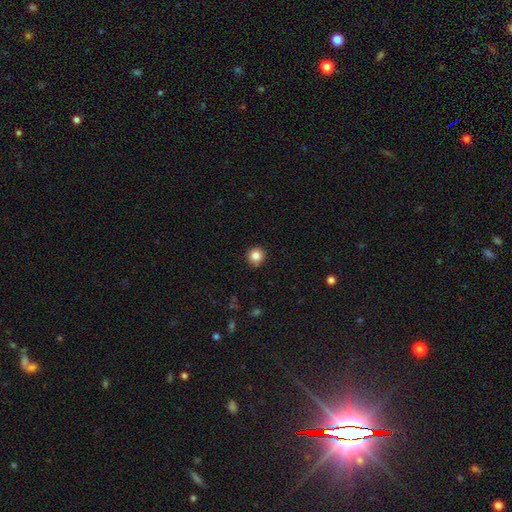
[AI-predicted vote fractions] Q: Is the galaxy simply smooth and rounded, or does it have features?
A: smooth — 84%.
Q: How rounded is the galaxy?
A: round — 95%.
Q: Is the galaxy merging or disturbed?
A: none — 91%.